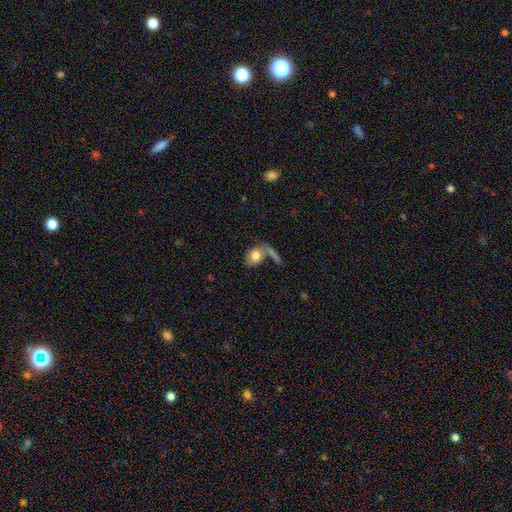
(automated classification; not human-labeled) smooth_or_featured: smooth (p=0.73) [alt: featured or disk p=0.19]
how_rounded: in between (p=0.70) [alt: round p=0.27]
merging: none (p=0.40) [alt: merger p=0.32]